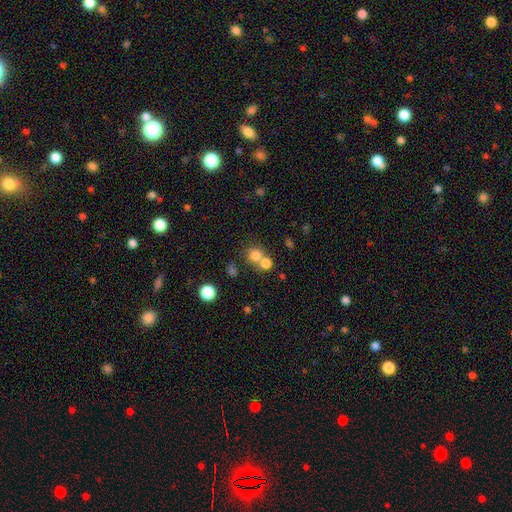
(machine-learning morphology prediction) Overall: smooth (77%). How rounded: round (86%). Merging: none (52%; merger 38%).